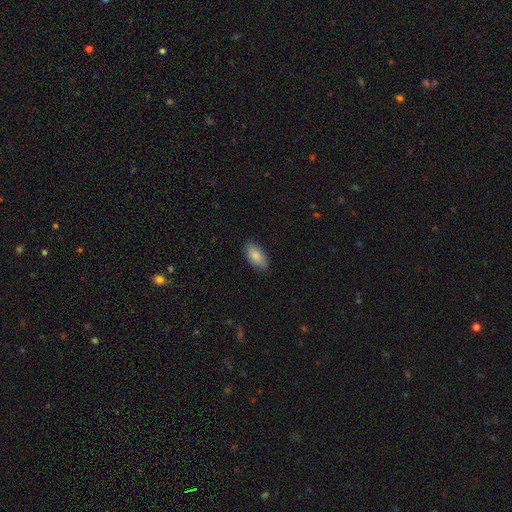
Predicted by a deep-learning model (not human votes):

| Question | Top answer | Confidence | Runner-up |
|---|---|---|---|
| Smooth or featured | smooth | 85% | featured or disk (9%) |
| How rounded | in between | 93% | cigar-shaped (4%) |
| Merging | none | 83% | minor disturbance (13%) |